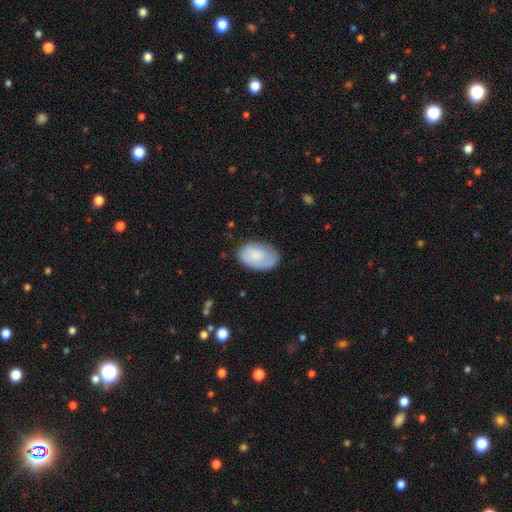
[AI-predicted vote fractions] This appears to be a smooth galaxy with no disk features (78%) that is in between round and cigar-shaped (90%). Merging: none (70%).